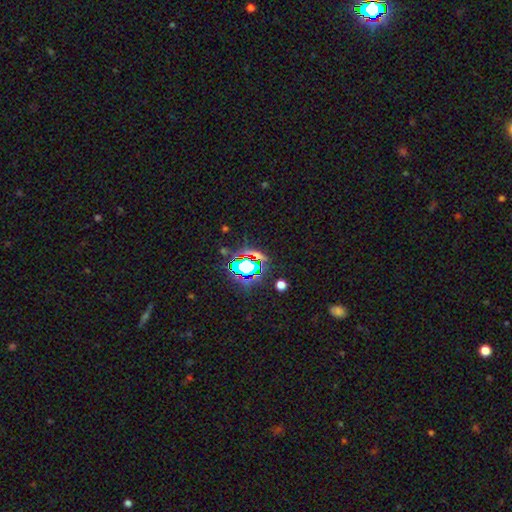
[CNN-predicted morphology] The model was most divided on "smooth or featured": star or artifact: 61%, smooth: 27%, featured or disk: 13%.